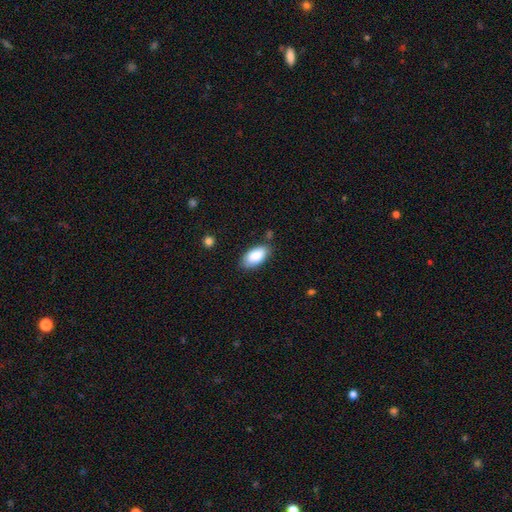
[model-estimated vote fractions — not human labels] Smooth or featured? smooth (87%)
How rounded? in between (94%)
Merging? none (79%)